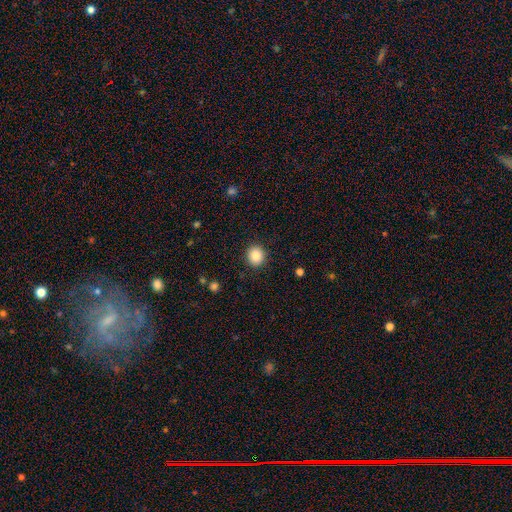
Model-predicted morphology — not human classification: This appears to be a smooth galaxy with no disk features (86%) that is round (84%). Merging: none (91%).